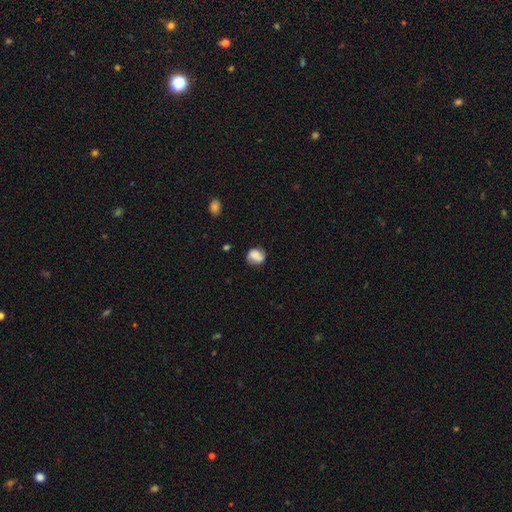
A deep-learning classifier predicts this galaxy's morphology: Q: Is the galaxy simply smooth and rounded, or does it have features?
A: smooth — 61%.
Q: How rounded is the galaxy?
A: round — 69%.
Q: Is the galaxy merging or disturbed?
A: none — 62%.